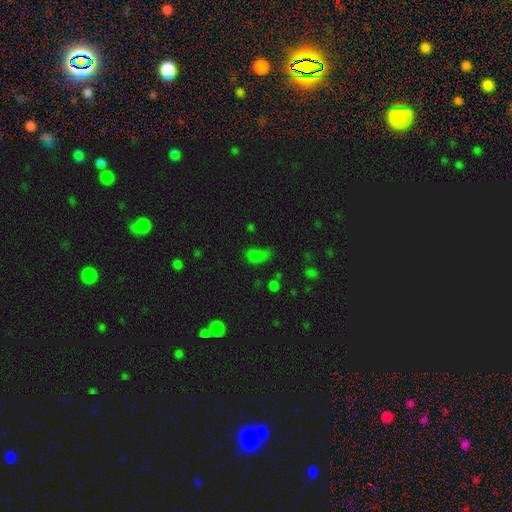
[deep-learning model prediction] Overall: smooth (69%). How rounded: in between (83%). Merging: none (42%; minor disturbance 27%).